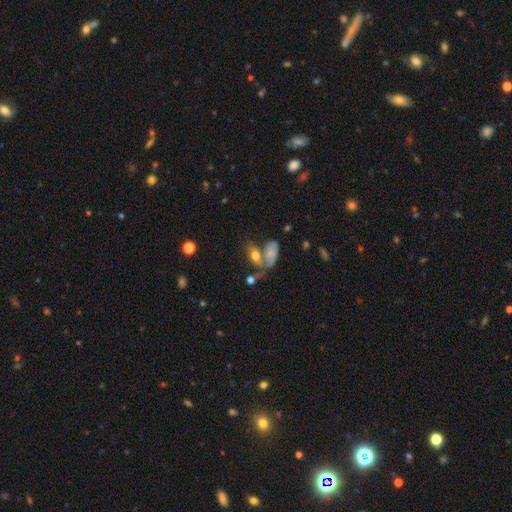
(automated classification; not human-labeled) A smooth galaxy with no disk features (60%) that is in between round and cigar-shaped (80%).

Vote fractions:
- Smooth or featured? smooth: 60% / featured or disk: 30% / star or artifact: 11%
- How rounded? in between: 80% / round: 12% / cigar-shaped: 9%
- Merging? merger: 40% / none: 34% / minor disturbance: 15% / major disturbance: 11%